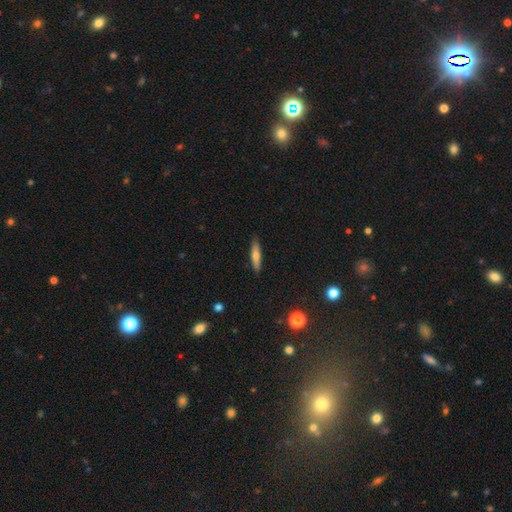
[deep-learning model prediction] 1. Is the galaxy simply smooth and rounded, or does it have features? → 62% smooth, 31% featured or disk, 7% star or artifact.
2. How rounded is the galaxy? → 83% cigar-shaped, 15% in between, 2% round.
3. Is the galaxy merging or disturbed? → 88% none, 9% minor disturbance, 2% major disturbance, 1% merger.